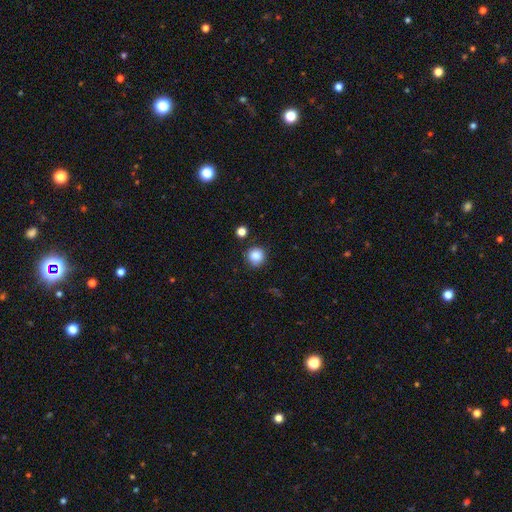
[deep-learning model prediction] Smooth or featured? Predicted: smooth (p=0.86). How rounded? Predicted: round (p=0.93). Merging? Predicted: none (p=0.85).